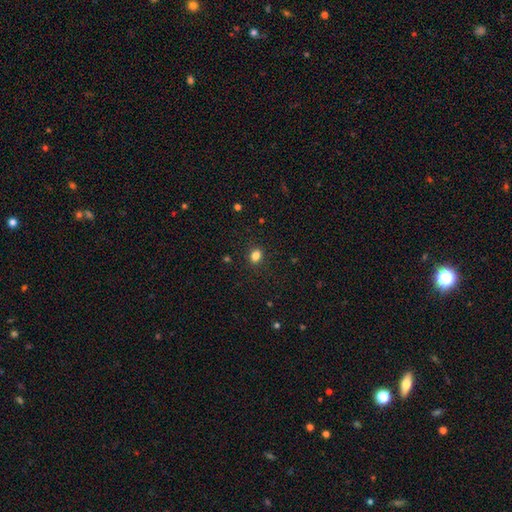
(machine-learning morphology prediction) The model was most divided on "how rounded": in between: 57%, round: 41%, cigar-shaped: 1%. More confident: merging — none (88%); smooth or featured — smooth (83%).